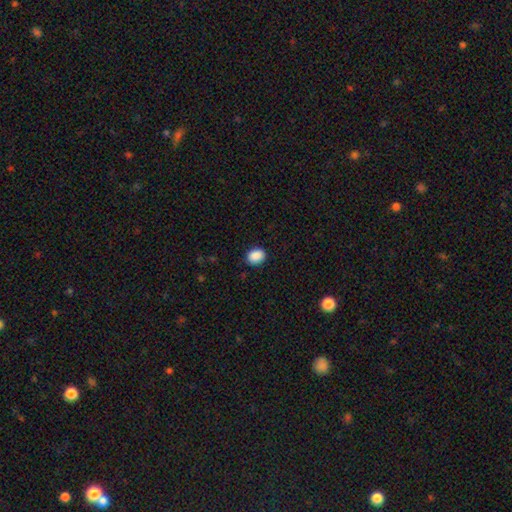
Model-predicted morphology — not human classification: Smooth or featured? Predicted: smooth (p=0.90). How rounded? Predicted: in between (p=0.57). Merging? Predicted: none (p=0.87).